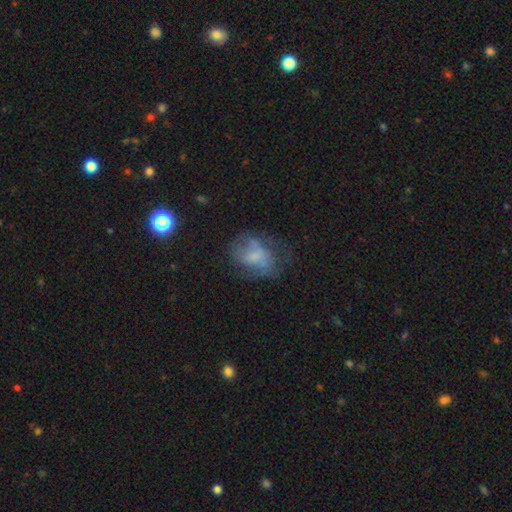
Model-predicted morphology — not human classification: Smooth or featured? Predicted: smooth (p=0.48). Merging? Predicted: none (p=0.41).